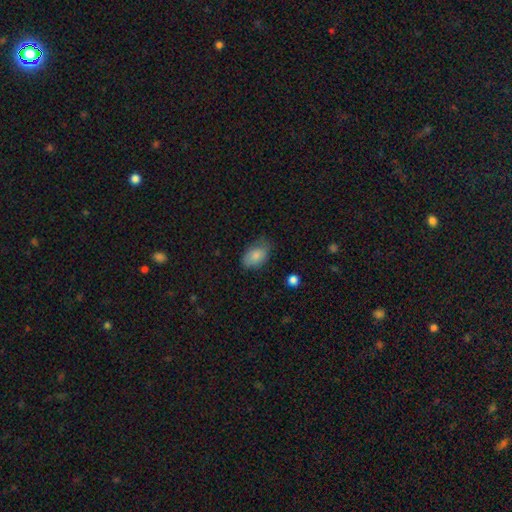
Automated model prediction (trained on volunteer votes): Q: Smooth or featured?
A: smooth (83%); runner-up: featured or disk (9%)
Q: How rounded?
A: in between (88%); runner-up: round (10%)
Q: Merging?
A: none (61%); runner-up: minor disturbance (30%)